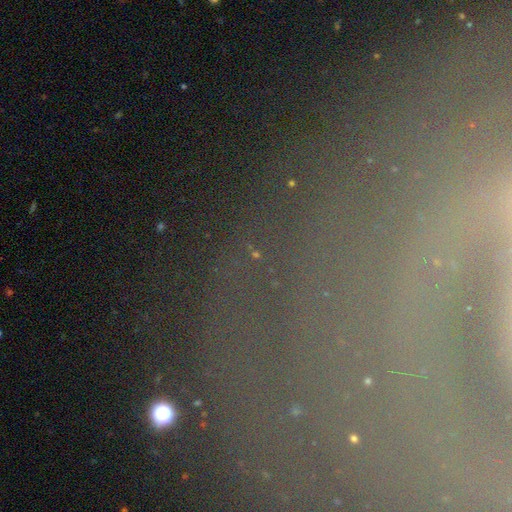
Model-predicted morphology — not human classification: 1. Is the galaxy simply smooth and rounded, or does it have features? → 73% star or artifact, 15% smooth, 12% featured or disk.